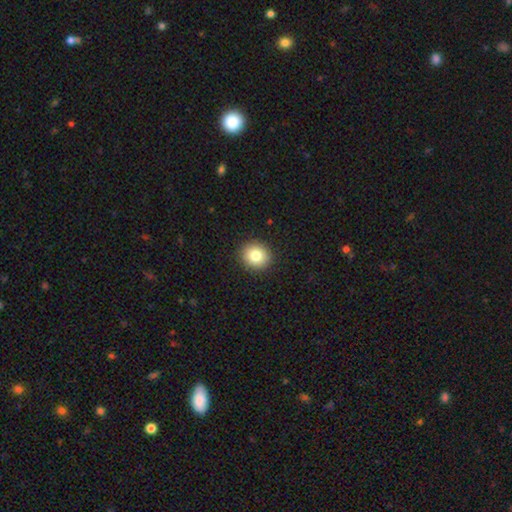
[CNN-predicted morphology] type=smooth (82%); roundness=round (84%); merging=none (91%).